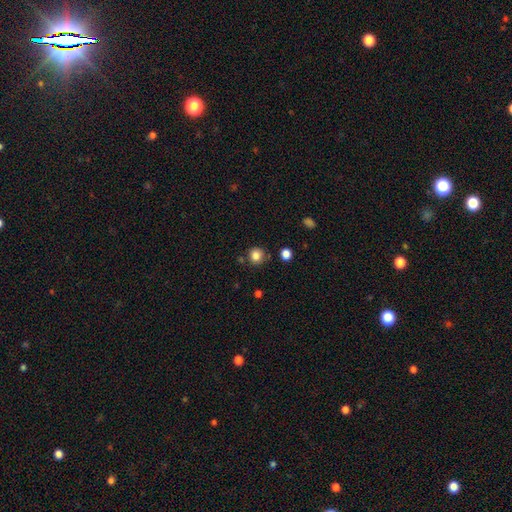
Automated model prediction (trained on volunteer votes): smooth 84%, star or artifact 12%, featured or disk 5%. Down the decision tree: how rounded — round (90%); merging — none (82%).